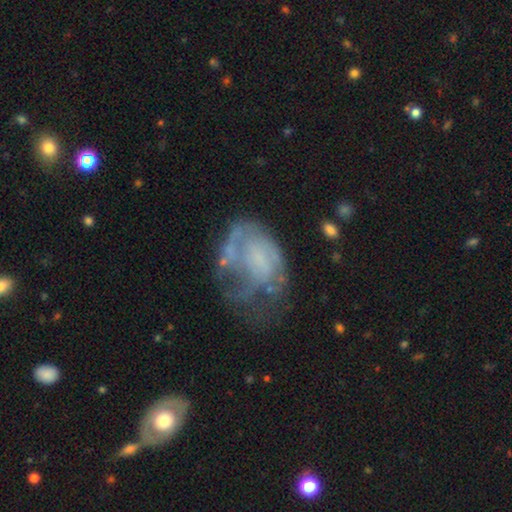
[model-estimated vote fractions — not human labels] Morphology: type=featured or disk (62%); edge-on=no (97%); bar=no (77%); spiral arms=no (52%); bulge=none (56%); merging=major disturbance (36%).